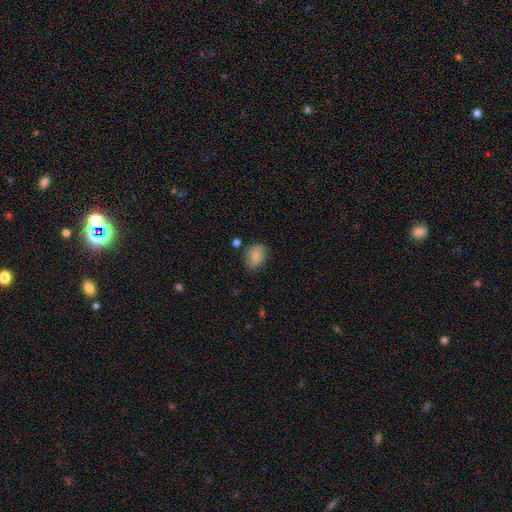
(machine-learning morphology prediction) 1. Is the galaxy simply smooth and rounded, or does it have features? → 81% smooth, 12% featured or disk, 8% star or artifact.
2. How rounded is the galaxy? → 72% in between, 27% round, 1% cigar-shaped.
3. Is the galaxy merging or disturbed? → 72% none, 20% minor disturbance, 4% major disturbance, 4% merger.